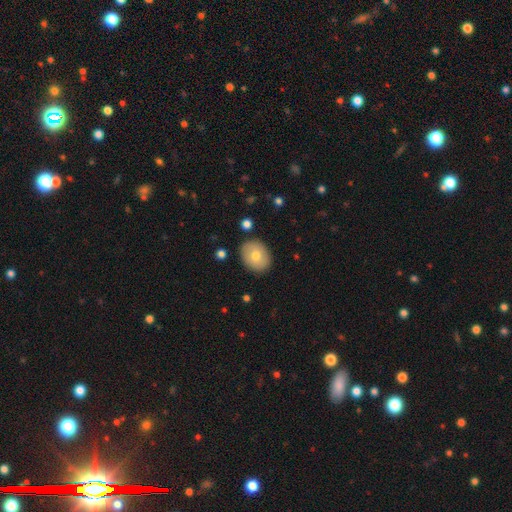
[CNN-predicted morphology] Overall: smooth (70%). How rounded: round (52%; in between 47%). Merging: none (87%).